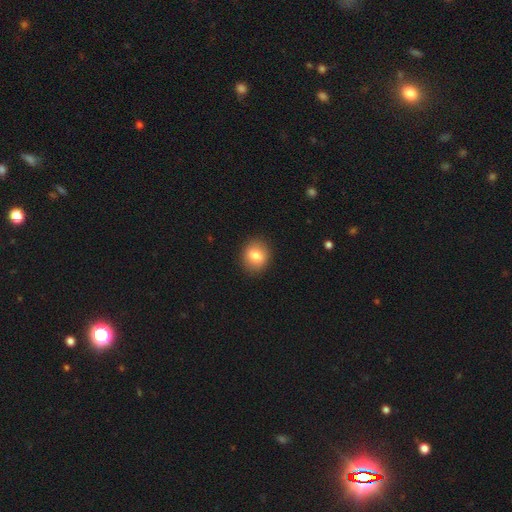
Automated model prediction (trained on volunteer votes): Smooth or featured?
  - smooth: 80% *
  - featured or disk: 11%
  - star or artifact: 9%
How rounded?
  - round: 68% *
  - in between: 31%
  - cigar-shaped: 1%
Merging?
  - none: 89% *
  - minor disturbance: 8%
  - major disturbance: 2%
  - merger: 1%